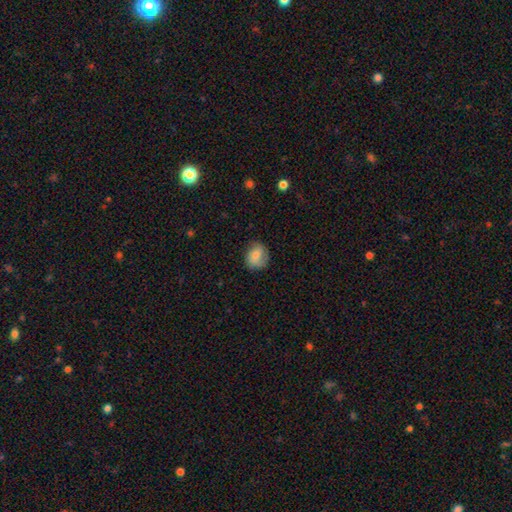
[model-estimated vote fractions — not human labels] smooth 75%, featured or disk 18%, star or artifact 7%. Down the decision tree: how rounded — round (64%); merging — none (71%).